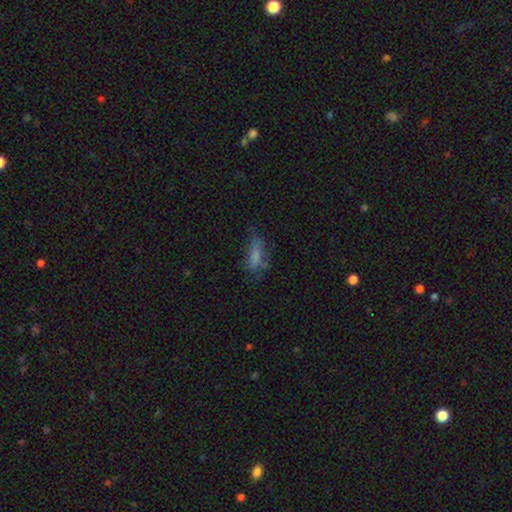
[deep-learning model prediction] Smooth or featured? Predicted: smooth (p=0.67). How rounded? Predicted: in between (p=0.62). Merging? Predicted: none (p=0.46).